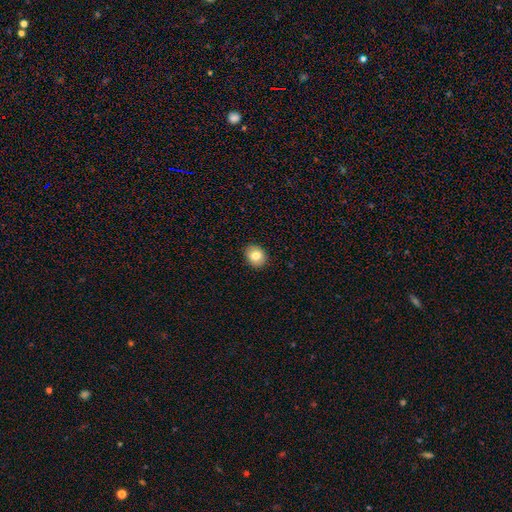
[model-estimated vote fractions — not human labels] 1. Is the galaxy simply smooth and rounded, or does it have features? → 81% smooth, 10% featured or disk, 9% star or artifact.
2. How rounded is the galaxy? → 67% round, 32% in between, 1% cigar-shaped.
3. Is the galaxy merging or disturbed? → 90% none, 7% minor disturbance, 2% major disturbance, 1% merger.